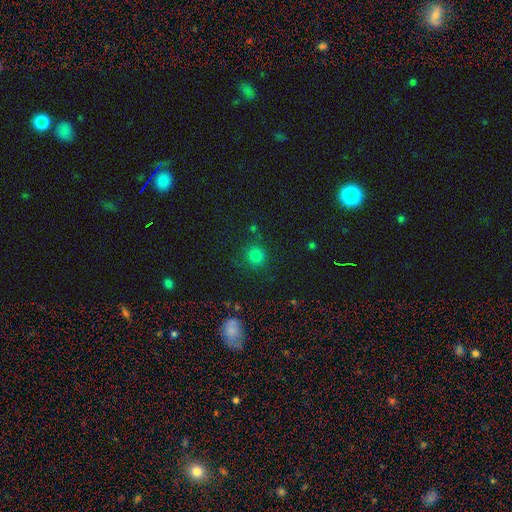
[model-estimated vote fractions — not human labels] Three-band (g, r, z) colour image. It shows a smooth galaxy with no disk features (78%) that is round (90%). Merging: none (80%).